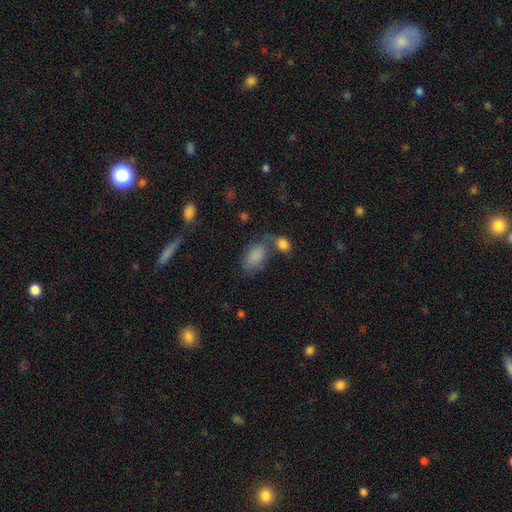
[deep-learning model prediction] smooth 81%, star or artifact 9%, featured or disk 9%. Down the decision tree: how rounded — in between (91%); merging — none (43%).